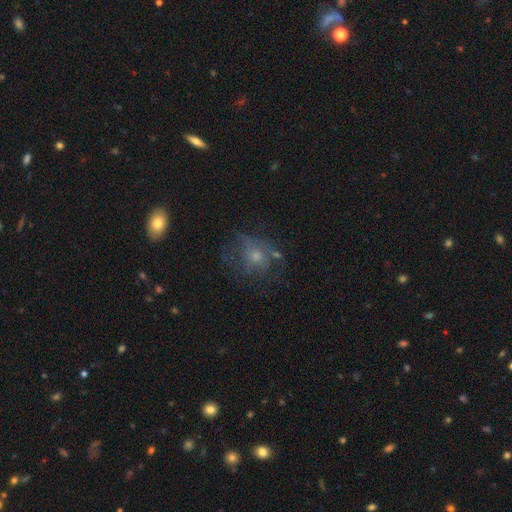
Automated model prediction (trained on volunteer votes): Smooth or featured? featured or disk (41%)
Merging? none (56%)